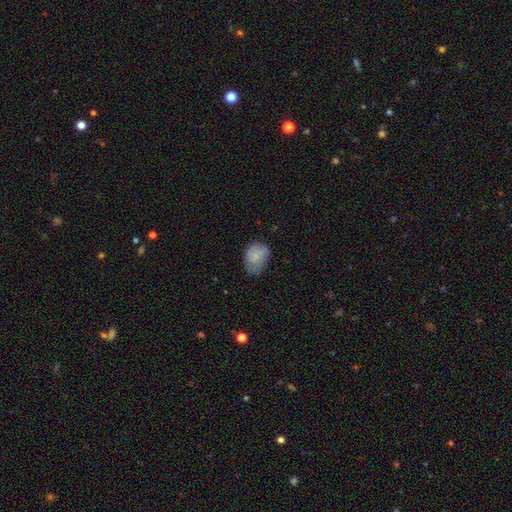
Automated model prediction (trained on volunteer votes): The model was most divided on "merging": none: 58%, minor disturbance: 32%, major disturbance: 9%, merger: 1%. More confident: how rounded — in between (70%); smooth or featured — smooth (65%).